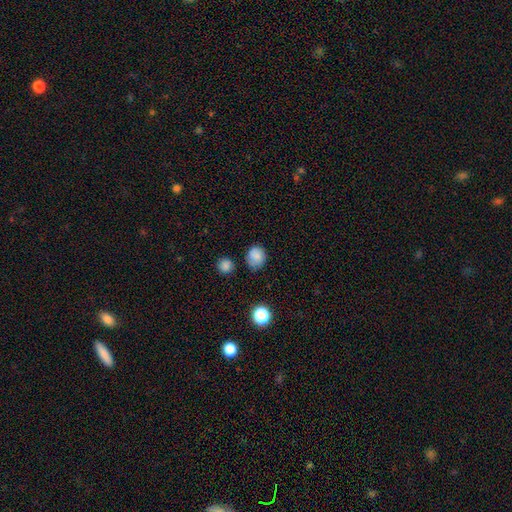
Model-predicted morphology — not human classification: smooth_or_featured: smooth (p=0.82) [alt: star or artifact p=0.12]
how_rounded: round (p=0.72) [alt: in between p=0.27]
merging: none (p=0.71) [alt: minor disturbance p=0.21]